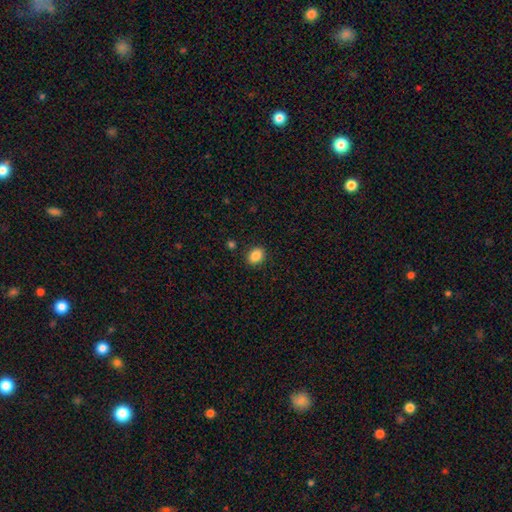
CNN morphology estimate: A smooth galaxy with no disk features (87%) that is in between round and cigar-shaped (64%).

Vote fractions:
- Smooth or featured? smooth: 87% / star or artifact: 9% / featured or disk: 4%
- How rounded? in between: 64% / round: 35% / cigar-shaped: 1%
- Merging? none: 88% / minor disturbance: 8% / major disturbance: 2% / merger: 2%